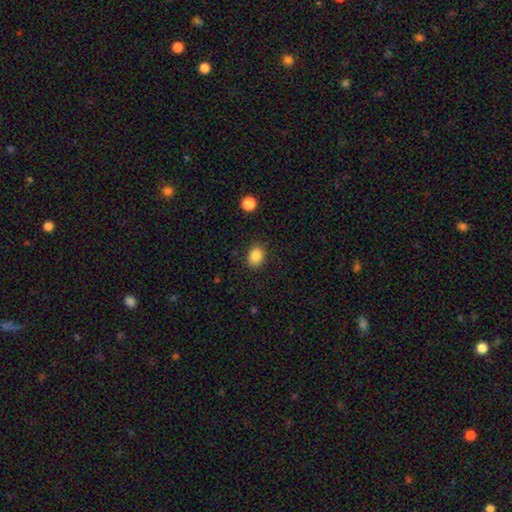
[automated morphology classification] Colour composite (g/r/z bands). It shows a smooth galaxy with no disk features (86%) that is in between round and cigar-shaped (64%). Merging: none (87%).